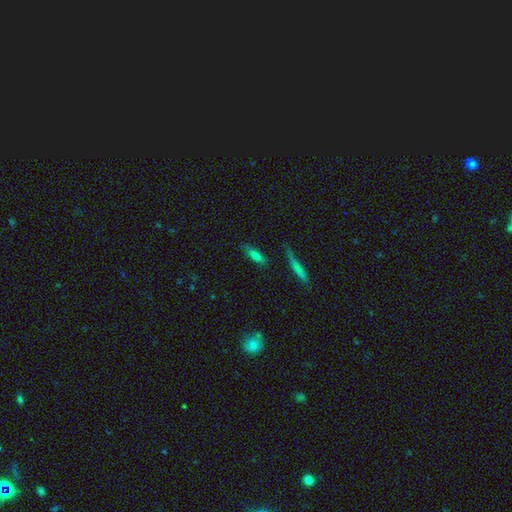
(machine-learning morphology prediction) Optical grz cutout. It shows a smooth galaxy with no disk features (67%) that is cigar-shaped (55%). Merging: none (76%).